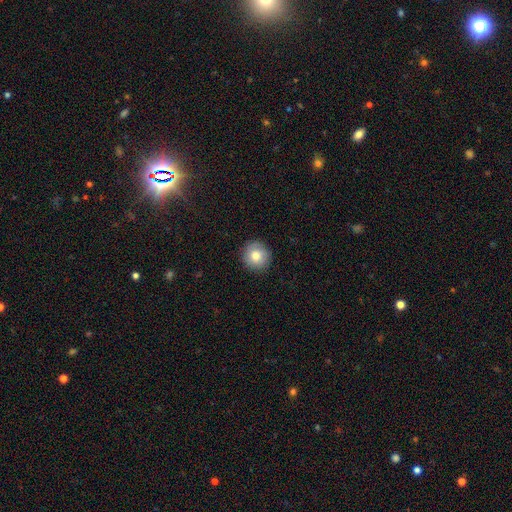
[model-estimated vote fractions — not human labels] smooth-or-featured: smooth: 77% | featured or disk: 14% | star or artifact: 9%
  how-rounded: round: 93% | in between: 6% | cigar-shaped: 1%
  merging: none: 87% | minor disturbance: 9% | major disturbance: 2% | merger: 1%